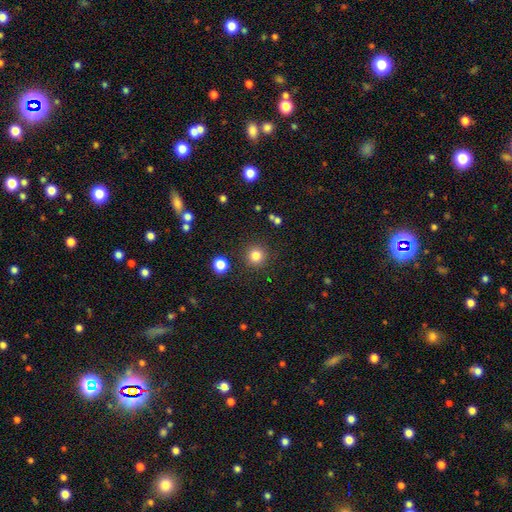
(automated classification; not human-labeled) smooth_or_featured: smooth (p=0.82) [alt: star or artifact p=0.13]
how_rounded: round (p=0.95) [alt: in between p=0.04]
merging: none (p=0.89) [alt: minor disturbance p=0.06]